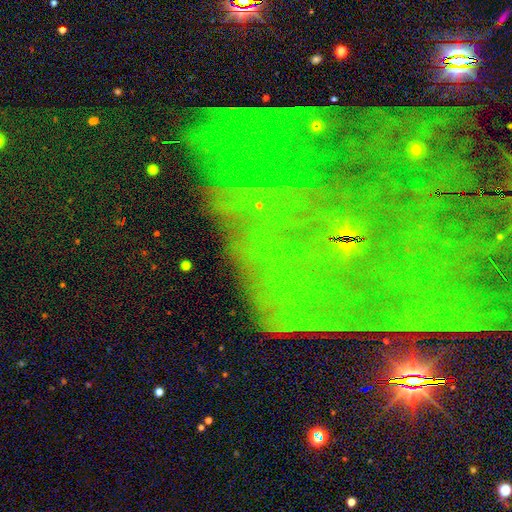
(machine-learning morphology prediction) type=star or artifact (74%).